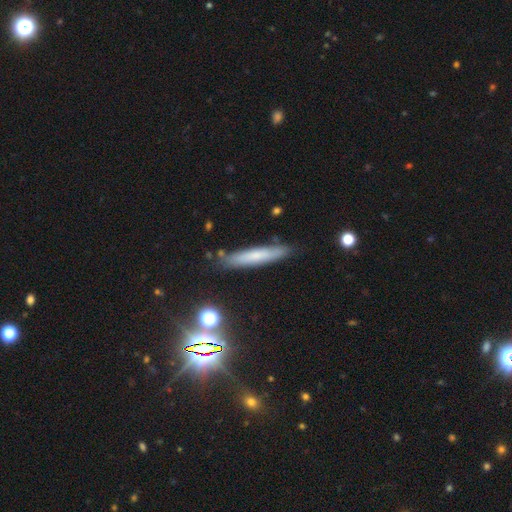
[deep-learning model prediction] This is likely a smooth galaxy (62%). How rounded: clearly cigar-shaped (90%). Merging: clearly none (82%).